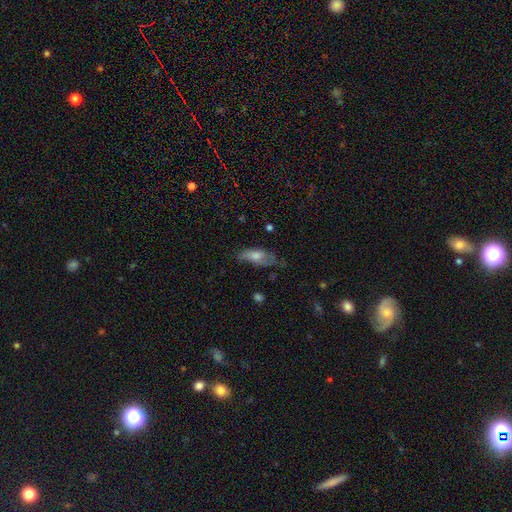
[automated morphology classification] Overall: smooth (52%; featured or disk 39%). How rounded: in between (67%; cigar-shaped 29%). Merging: none (47%; minor disturbance 33%).